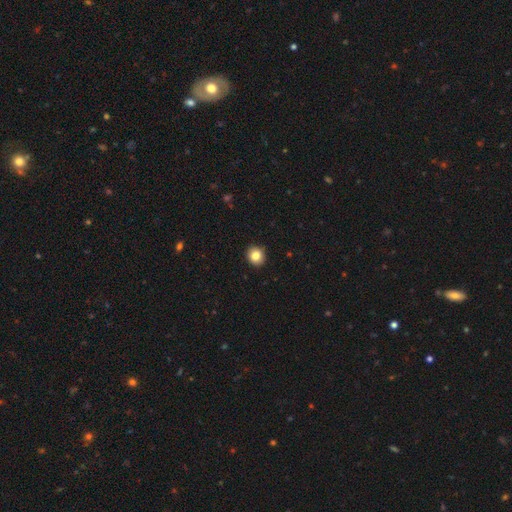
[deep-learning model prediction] smooth_or_featured: smooth (p=0.84) [alt: star or artifact p=0.10]
how_rounded: round (p=0.82) [alt: in between p=0.17]
merging: none (p=0.91) [alt: minor disturbance p=0.06]